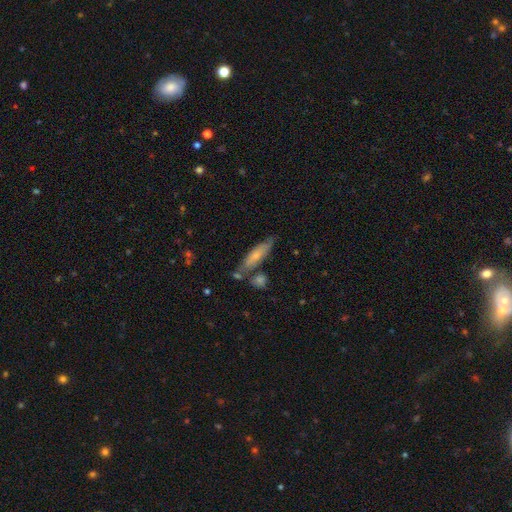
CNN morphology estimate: The model was most divided on "smooth or featured": smooth: 60%, featured or disk: 34%, star or artifact: 6%. More confident: how rounded — cigar-shaped (67%); merging — none (64%).